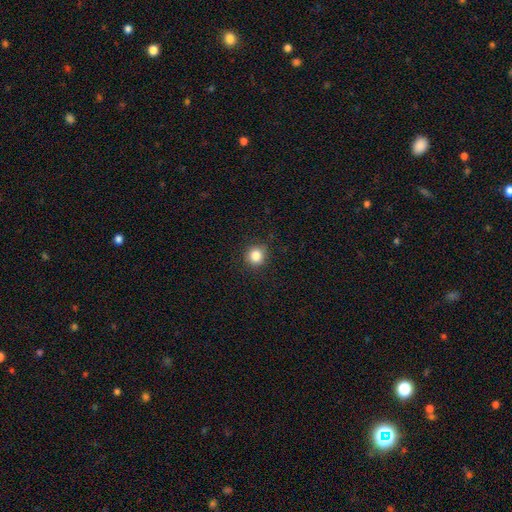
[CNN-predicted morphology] The model was most divided on "smooth or featured": smooth: 84%, star or artifact: 11%, featured or disk: 5%. More confident: how rounded — round (91%); merging — none (89%).